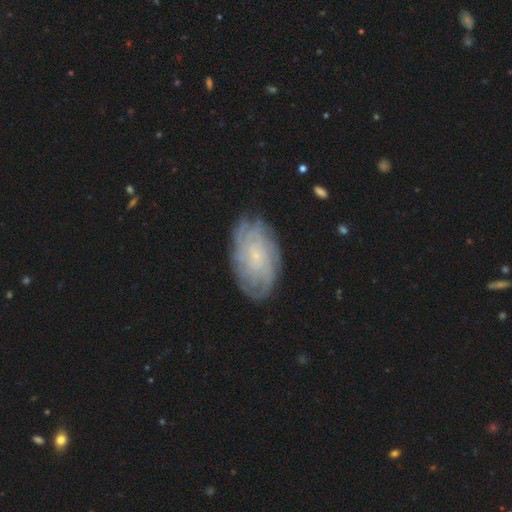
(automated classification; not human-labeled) Smooth or featured? Predicted: featured or disk (p=0.71). Edge-on disk? Predicted: no (p=0.95). Bar? Predicted: no (p=0.75). Spiral arms? Predicted: yes (p=0.90). Spiral winding? Predicted: tight (p=0.71). Spiral arm count? Predicted: can't tell (p=0.51). Bulge size? Predicted: small (p=0.77). Merging? Predicted: none (p=0.80).